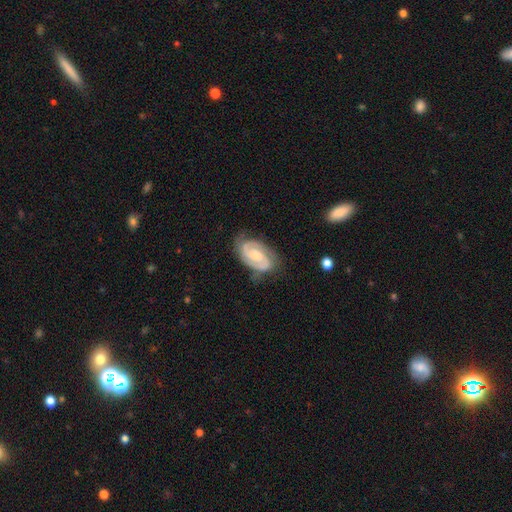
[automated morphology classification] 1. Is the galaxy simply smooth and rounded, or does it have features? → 88% featured or disk, 7% smooth, 5% star or artifact.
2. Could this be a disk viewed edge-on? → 97% no, 3% yes.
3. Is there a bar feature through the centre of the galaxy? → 51% no, 39% weak, 11% strong.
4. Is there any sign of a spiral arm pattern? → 98% yes, 2% no.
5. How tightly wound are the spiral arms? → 52% tight, 40% medium, 7% loose.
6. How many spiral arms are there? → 87% 2, 4% can't tell, 4% 3, 2% 1, 1% 4, 1% more than 4.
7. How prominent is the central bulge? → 46% small, 41% moderate, 9% none, 3% large, 1% dominant.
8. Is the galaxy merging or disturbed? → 76% none, 17% minor disturbance, 5% major disturbance, 2% merger.